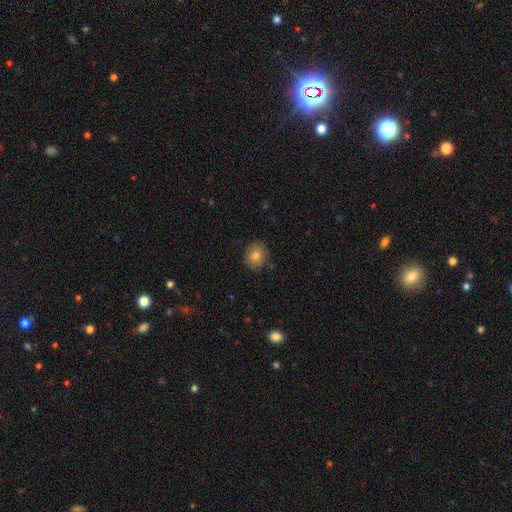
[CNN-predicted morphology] Q: Smooth or featured?
A: smooth (82%); runner-up: star or artifact (10%)
Q: How rounded?
A: round (68%); runner-up: in between (31%)
Q: Merging?
A: none (87%); runner-up: minor disturbance (10%)